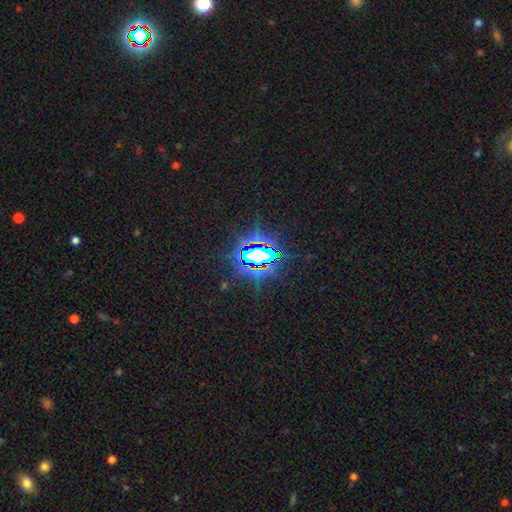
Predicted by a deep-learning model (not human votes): This appears to be a star or artifact, not a galaxy (78%).